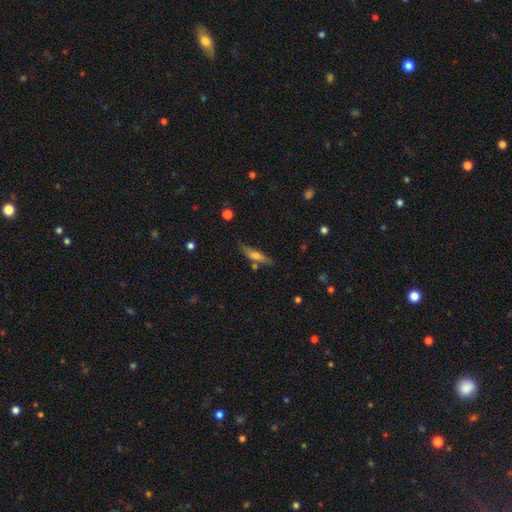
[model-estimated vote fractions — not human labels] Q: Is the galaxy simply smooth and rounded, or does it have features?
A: smooth — 52%.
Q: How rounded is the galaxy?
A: cigar-shaped — 77%.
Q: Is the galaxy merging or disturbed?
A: none — 70%.